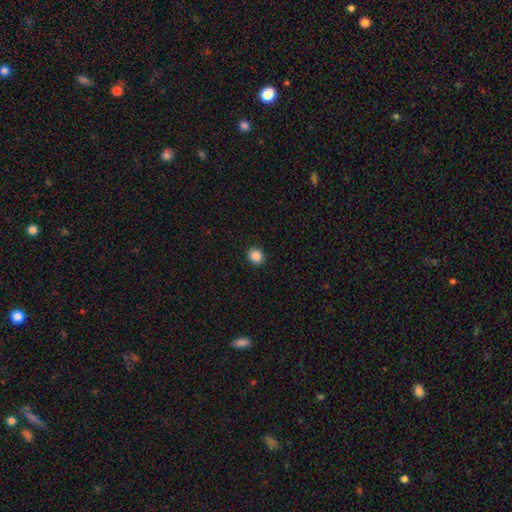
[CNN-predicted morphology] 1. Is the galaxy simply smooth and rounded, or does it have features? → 87% smooth, 10% star or artifact, 3% featured or disk.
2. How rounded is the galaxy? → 81% round, 18% in between, 1% cigar-shaped.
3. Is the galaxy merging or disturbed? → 92% none, 5% minor disturbance, 2% major disturbance, 1% merger.